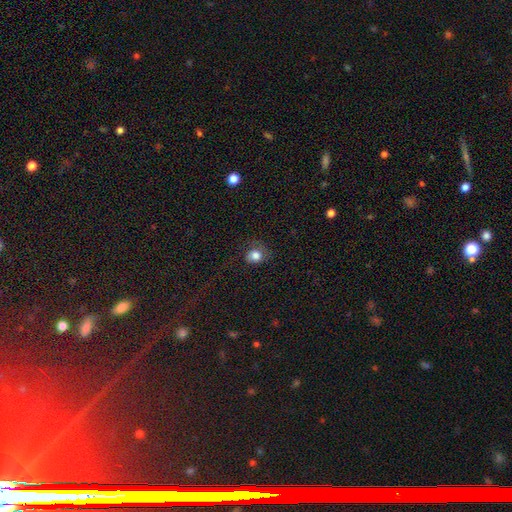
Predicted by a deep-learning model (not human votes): Smooth or featured: smooth — 80% (star or artifact — 11%)
How rounded: round — 64% (in between — 35%)
Merging: none — 61% (minor disturbance — 23%)